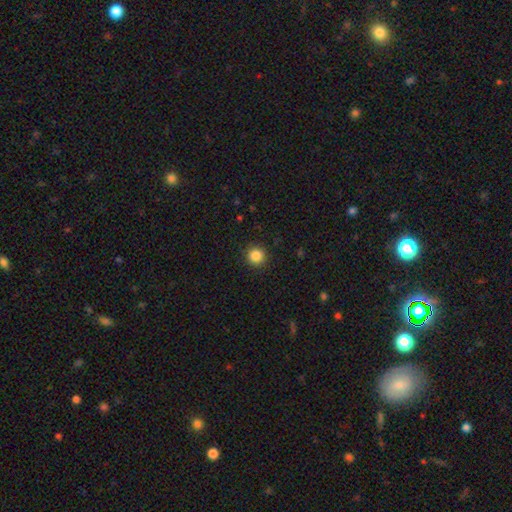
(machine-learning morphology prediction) Smooth or featured? Predicted: smooth (p=0.86). How rounded? Predicted: round (p=0.95). Merging? Predicted: none (p=0.91).